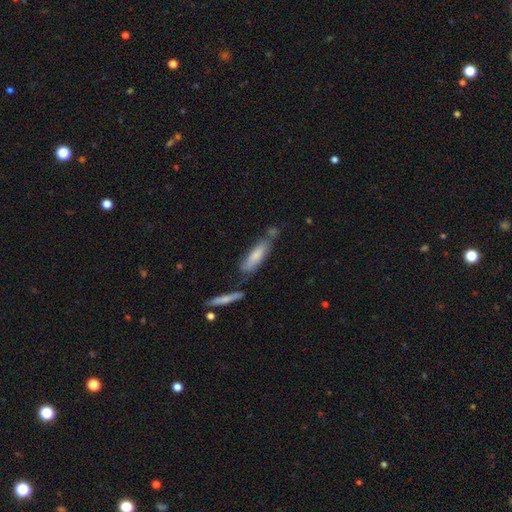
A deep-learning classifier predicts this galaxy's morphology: Smooth or featured?
  - smooth: 70% *
  - featured or disk: 24%
  - star or artifact: 7%
How rounded?
  - cigar-shaped: 66% *
  - in between: 33%
  - round: 1%
Merging?
  - none: 53% *
  - minor disturbance: 22%
  - merger: 19%
  - major disturbance: 7%